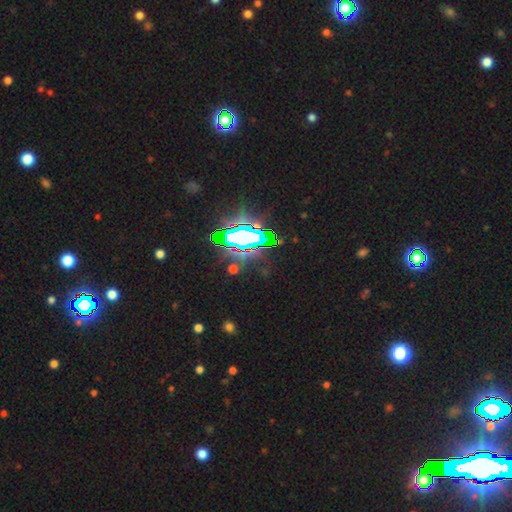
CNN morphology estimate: This is likely a star or artifact rather than a galaxy (77%).